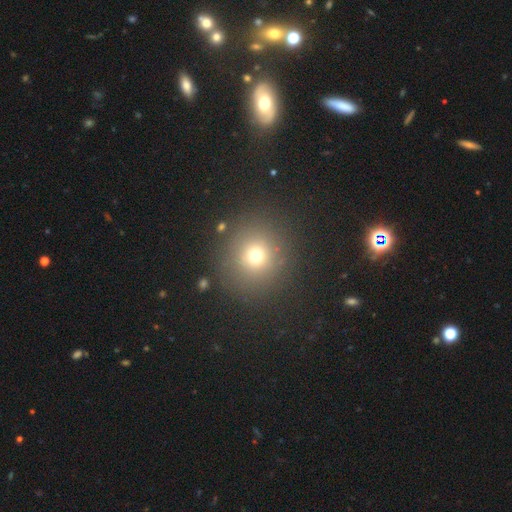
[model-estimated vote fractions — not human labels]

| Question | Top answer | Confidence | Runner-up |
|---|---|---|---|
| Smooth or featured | smooth | 70% | star or artifact (20%) |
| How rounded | round | 91% | in between (8%) |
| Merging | none | 86% | minor disturbance (8%) |